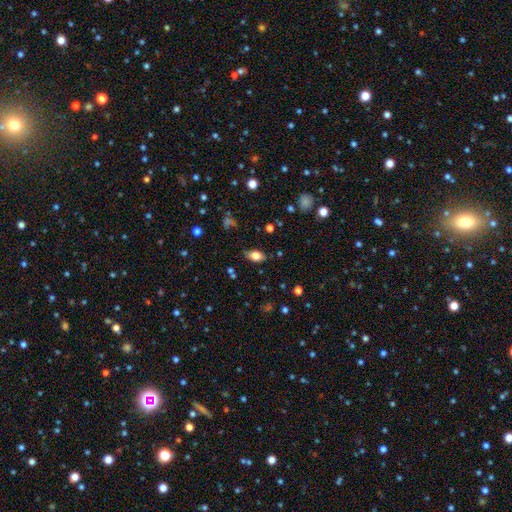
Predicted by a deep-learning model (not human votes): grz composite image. It shows a smooth galaxy with no disk features (77%) that is in between round and cigar-shaped (89%). Merging: none (80%).